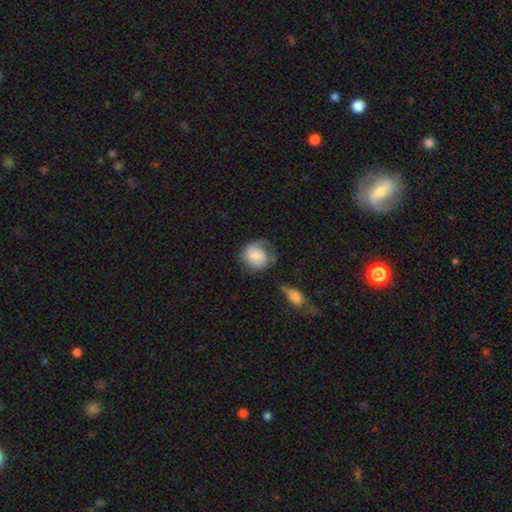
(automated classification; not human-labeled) Q: Smooth or featured?
A: smooth (64%); runner-up: featured or disk (29%)
Q: How rounded?
A: round (69%); runner-up: in between (30%)
Q: Merging?
A: none (45%); runner-up: minor disturbance (28%)